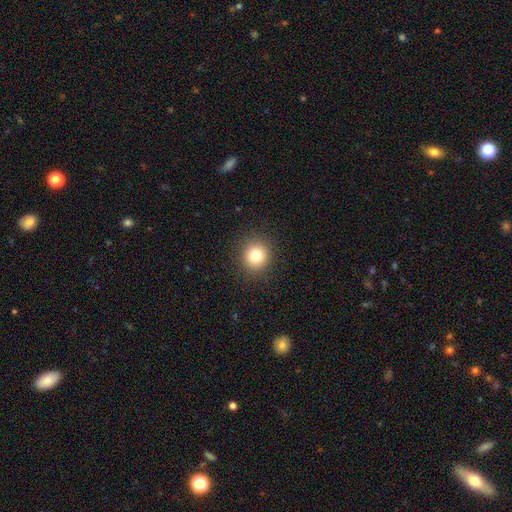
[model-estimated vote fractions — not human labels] Morphology: type=smooth (81%); roundness=round (89%); merging=none (90%).